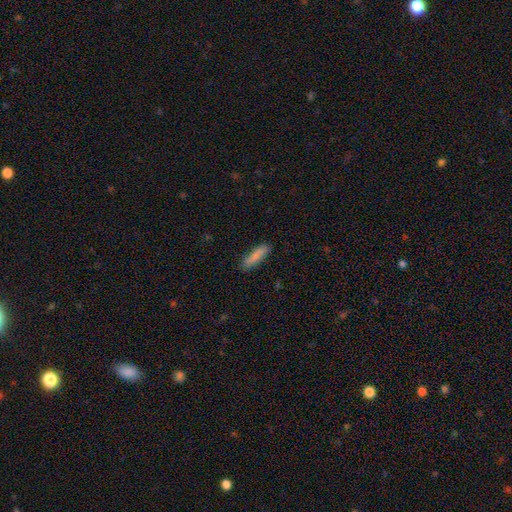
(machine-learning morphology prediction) Overall: smooth (83%). How rounded: cigar-shaped (69%). Merging: none (82%).